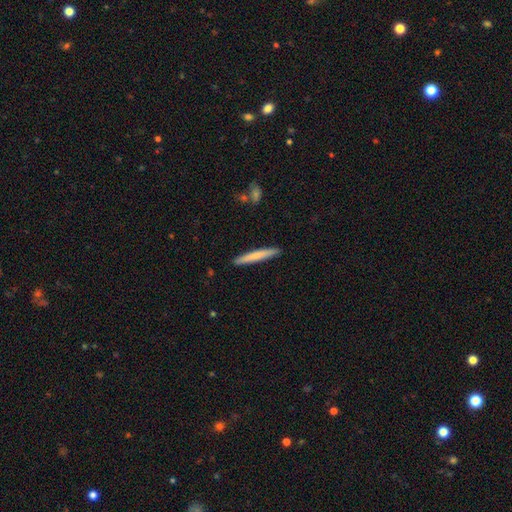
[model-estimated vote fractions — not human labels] Morphology: type=smooth (68%); roundness=cigar-shaped (96%); merging=none (90%).